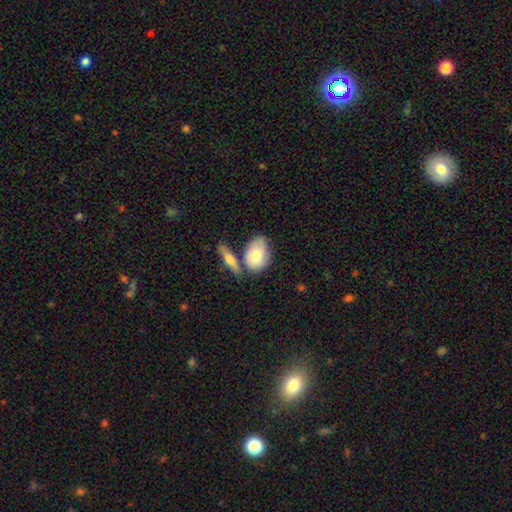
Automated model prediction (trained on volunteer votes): Smooth or featured: smooth — 78% (featured or disk — 17%)
How rounded: in between — 82% (round — 15%)
Merging: none — 49% (merger — 26%)